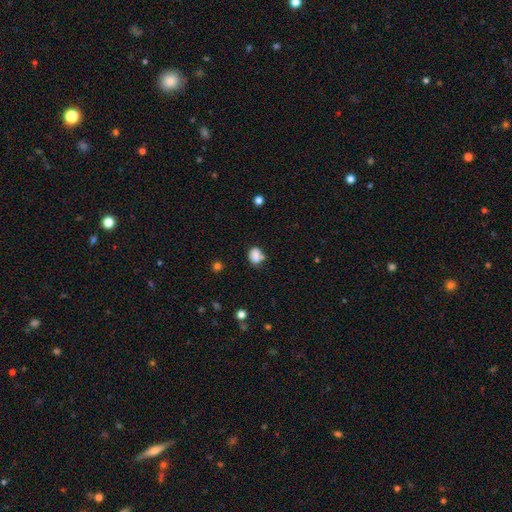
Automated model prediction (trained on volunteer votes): A smooth galaxy with no disk features (78%) that is in between round and cigar-shaped (60%). Merging: none (52%).